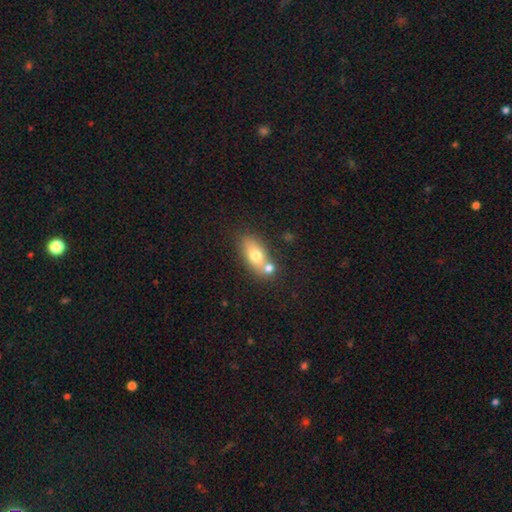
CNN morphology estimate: type=smooth (67%); roundness=in between (79%); merging=none (49%).